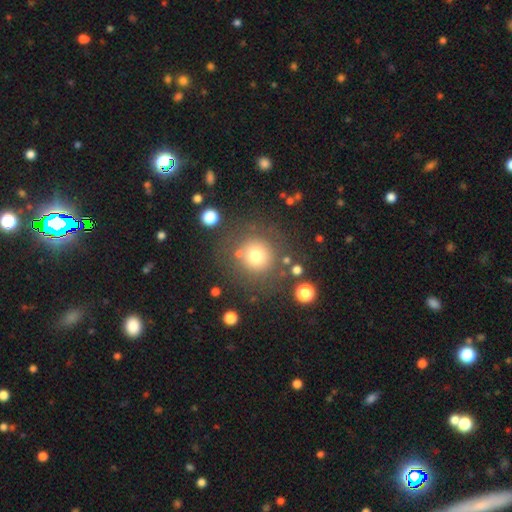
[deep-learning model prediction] Smooth or featured? Predicted: smooth (p=0.74). How rounded? Predicted: round (p=0.94). Merging? Predicted: none (p=0.80).